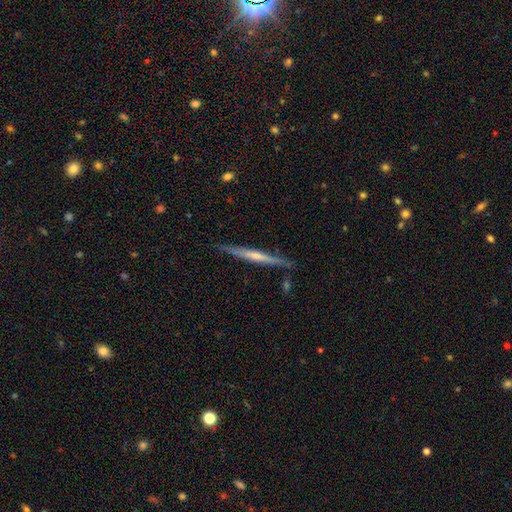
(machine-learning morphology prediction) Overall: featured or disk (72%). Edge-on disk: yes (97%). Edge-on bulge: rounded (69%). Merging: none (88%).